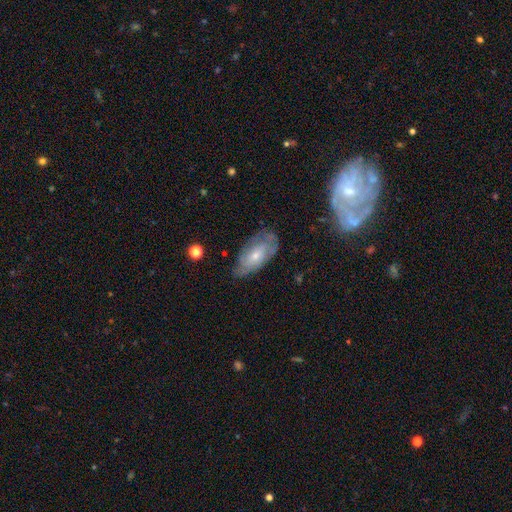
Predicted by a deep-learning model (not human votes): Q: Smooth or featured?
A: featured or disk (57%); runner-up: smooth (36%)
Q: Edge-on disk?
A: no (90%); runner-up: yes (10%)
Q: Bar?
A: no (73%); runner-up: weak (23%)
Q: Spiral arms?
A: yes (76%); runner-up: no (24%)
Q: Bulge size?
A: small (59%); runner-up: moderate (35%)
Q: Merging?
A: none (65%); runner-up: minor disturbance (25%)